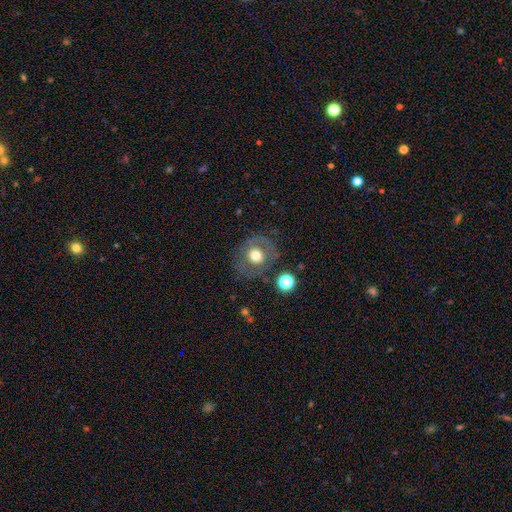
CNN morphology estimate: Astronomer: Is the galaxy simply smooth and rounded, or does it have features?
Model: smooth — 58%.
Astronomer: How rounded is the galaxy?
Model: round — 80%.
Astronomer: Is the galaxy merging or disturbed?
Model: none — 77%.